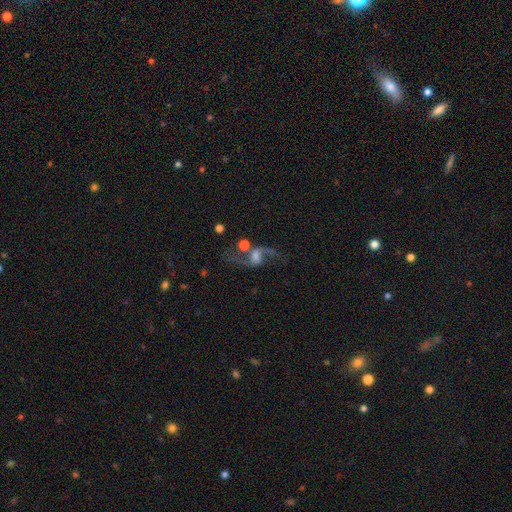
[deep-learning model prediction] This is likely a featured or disk galaxy (78%). It is clearly not viewed edge-on (96%). Bar: possibly weak (45%). Spiral arm pattern: clearly yes (93%). Spiral arm count: clearly 2 (90%). Spiral winding: clearly loose (87%). Central bulge: marginally moderate (34%). Merging: possibly none (51%).